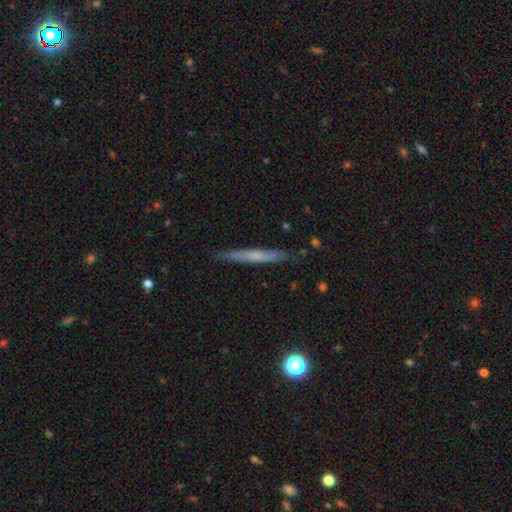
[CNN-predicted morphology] smooth-or-featured: featured or disk: 47% | smooth: 46% | star or artifact: 7%
  merging: none: 87% | minor disturbance: 10% | major disturbance: 2% | merger: 1%